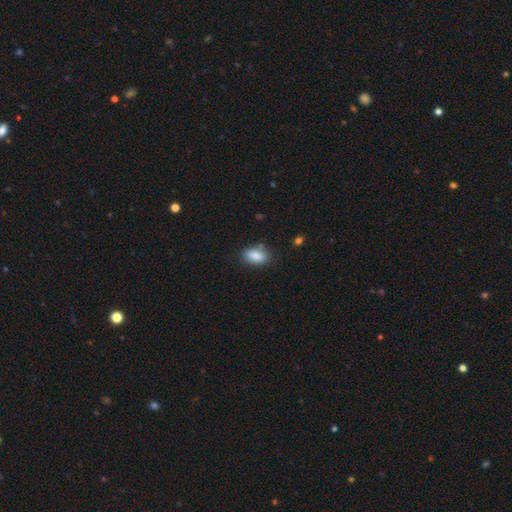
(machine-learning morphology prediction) Overall: smooth (87%). How rounded: in between (90%). Merging: none (79%).